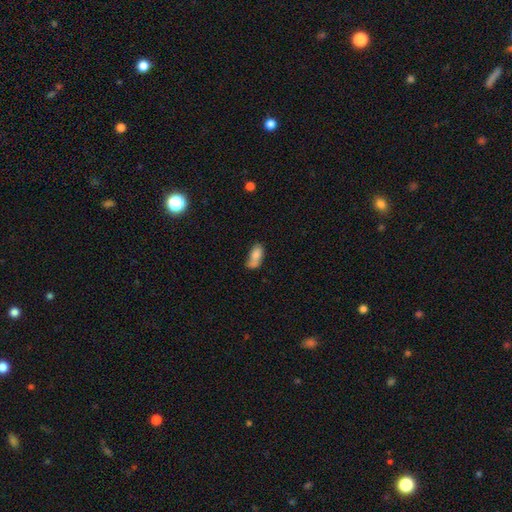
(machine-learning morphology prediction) This is likely a smooth galaxy (78%). How rounded: clearly in between (87%). Merging: marginally none (39%).